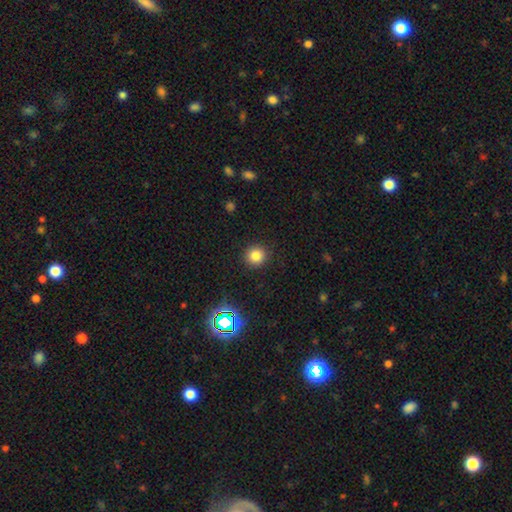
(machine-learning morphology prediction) A smooth galaxy with no disk features (80%) that is round (92%). Merging: none (91%).